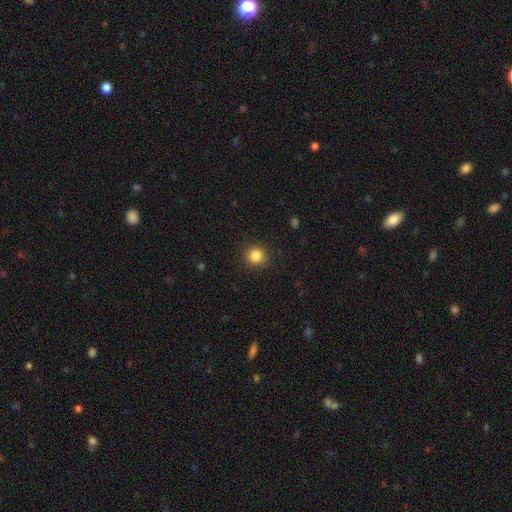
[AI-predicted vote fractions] Smooth or featured: smooth — 85% (star or artifact — 11%)
How rounded: round — 91% (in between — 8%)
Merging: none — 91% (minor disturbance — 6%)